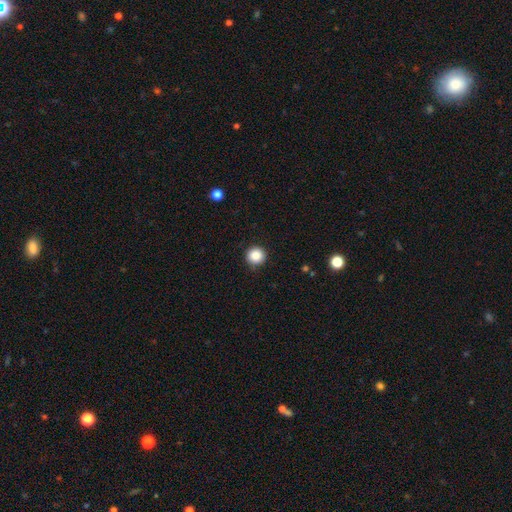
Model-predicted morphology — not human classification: This is clearly a smooth galaxy (87%). How rounded: clearly round (95%). Merging: clearly none (90%).